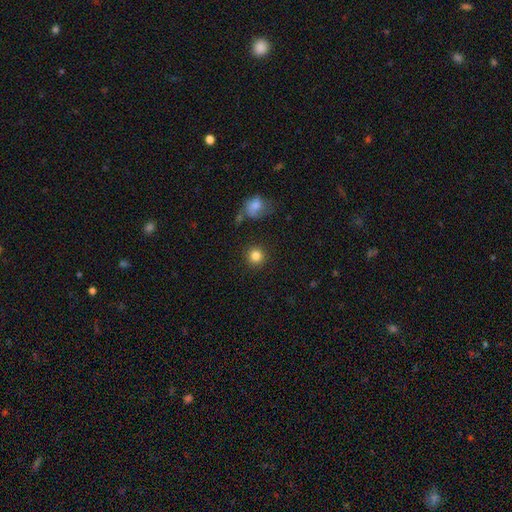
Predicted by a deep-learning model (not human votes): Morphology: type=smooth (84%); roundness=round (94%); merging=none (88%).